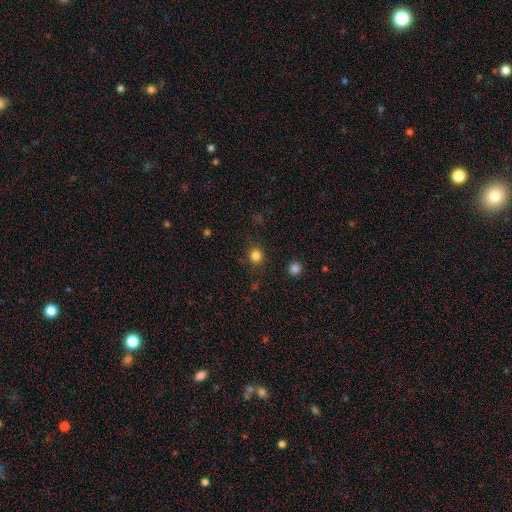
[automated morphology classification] Q: Smooth or featured?
A: smooth (82%); runner-up: star or artifact (14%)
Q: How rounded?
A: round (88%); runner-up: in between (11%)
Q: Merging?
A: none (86%); runner-up: minor disturbance (8%)